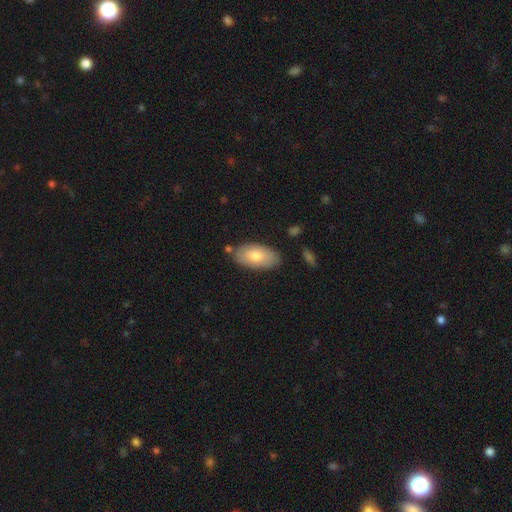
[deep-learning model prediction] A smooth galaxy with no disk features (76%) that is in between round and cigar-shaped (94%).

Vote fractions:
- Smooth or featured? smooth: 76% / featured or disk: 18% / star or artifact: 6%
- How rounded? in between: 94% / cigar-shaped: 4% / round: 3%
- Merging? none: 80% / minor disturbance: 14% / merger: 4% / major disturbance: 3%